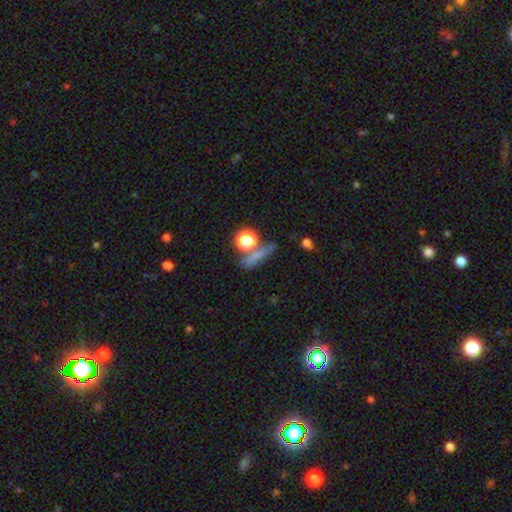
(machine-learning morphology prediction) Smooth or featured: smooth — 63% (star or artifact — 22%)
How rounded: cigar-shaped — 47% (round — 30%)
Merging: none — 62% (minor disturbance — 15%)